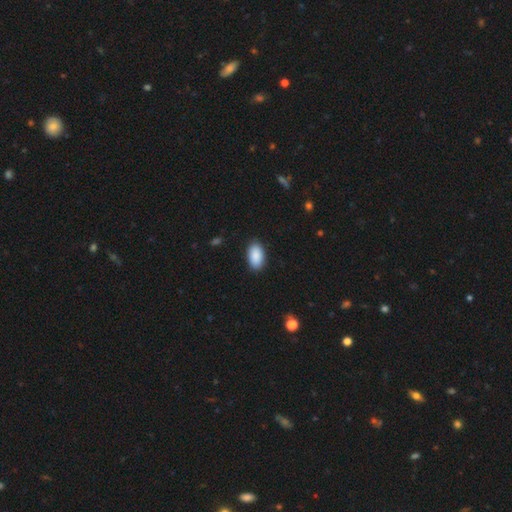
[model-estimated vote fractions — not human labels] Smooth or featured?
  - smooth: 91% *
  - star or artifact: 6%
  - featured or disk: 3%
How rounded?
  - in between: 95% *
  - round: 3%
  - cigar-shaped: 2%
Merging?
  - none: 89% *
  - minor disturbance: 8%
  - major disturbance: 2%
  - merger: 1%